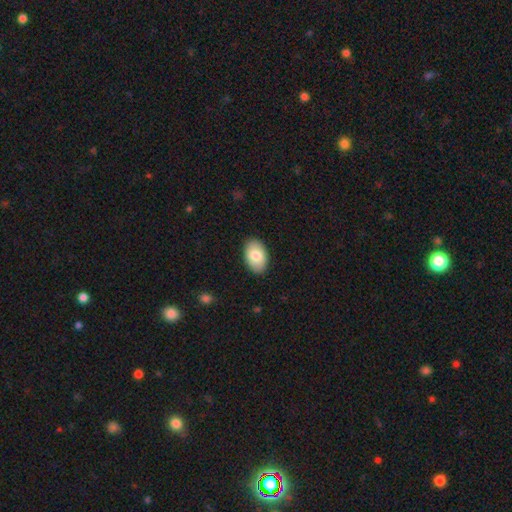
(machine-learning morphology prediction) This appears to be a smooth galaxy with no disk features (81%) that is in between round and cigar-shaped (92%). Merging: none (89%).